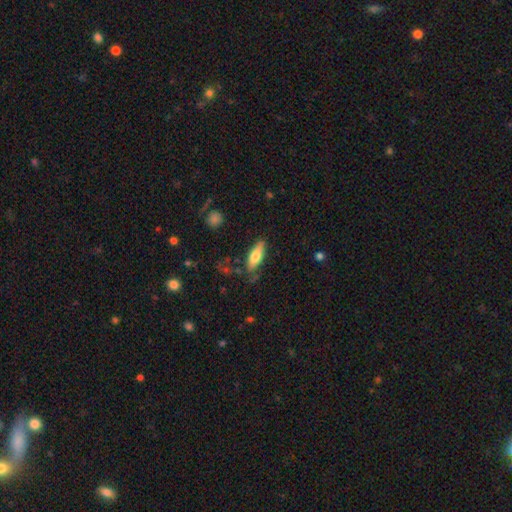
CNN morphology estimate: Q: Smooth or featured?
A: smooth (71%); runner-up: featured or disk (23%)
Q: How rounded?
A: in between (60%); runner-up: cigar-shaped (38%)
Q: Merging?
A: none (70%); runner-up: minor disturbance (21%)